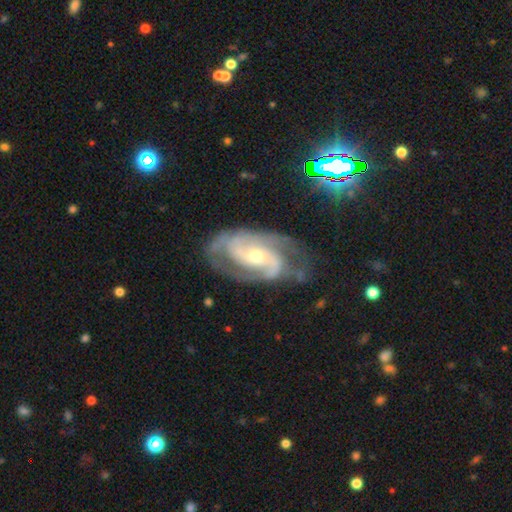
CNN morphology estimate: smooth_or_featured: featured or disk (p=0.89) [alt: smooth p=0.06]
disk_edge_on: no (p=0.96) [alt: yes p=0.04]
bar: no (p=0.52) [alt: weak p=0.34]
has_spiral_arms: yes (p=0.97) [alt: no p=0.03]
spiral_winding: medium (p=0.47) [alt: tight p=0.41]
spiral_arm_count: 2 (p=0.61) [alt: 3 p=0.17]
bulge_size: small (p=0.50) [alt: moderate p=0.46]
merging: none (p=0.65) [alt: minor disturbance p=0.22]